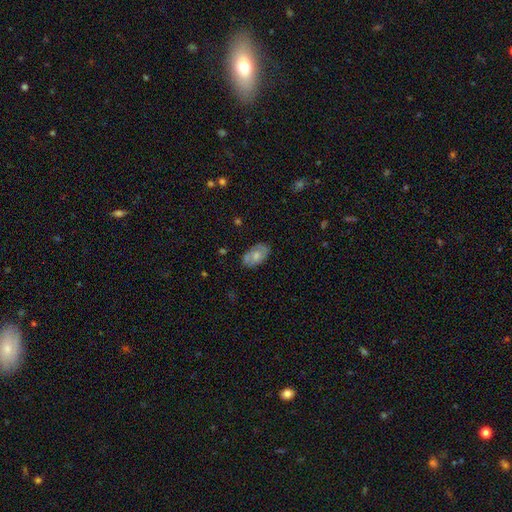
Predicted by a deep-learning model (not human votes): Smooth or featured: smooth — 63% (featured or disk — 30%)
How rounded: in between — 93% (round — 6%)
Merging: none — 73% (minor disturbance — 20%)